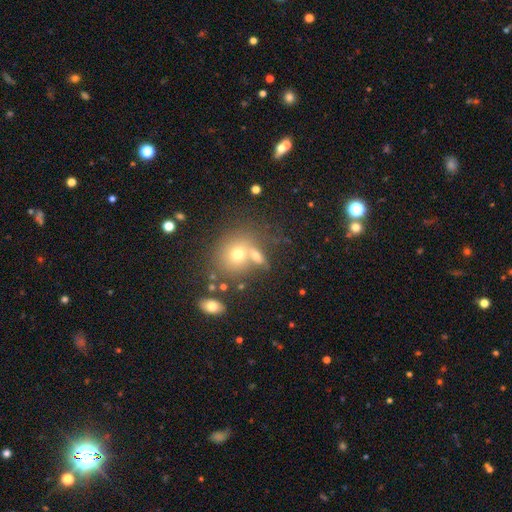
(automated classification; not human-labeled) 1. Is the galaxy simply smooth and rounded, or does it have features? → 65% smooth, 20% featured or disk, 15% star or artifact.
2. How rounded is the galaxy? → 55% round, 41% in between, 4% cigar-shaped.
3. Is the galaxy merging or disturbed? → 43% none, 40% merger, 11% minor disturbance, 6% major disturbance.